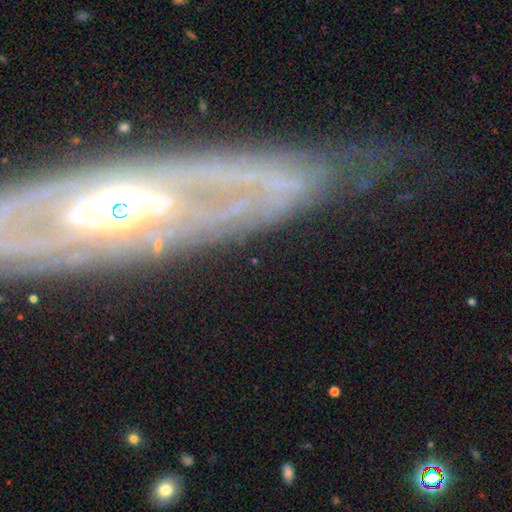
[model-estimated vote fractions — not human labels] smooth_or_featured: featured or disk (p=0.80) [alt: smooth p=0.12]
disk_edge_on: no (p=0.67) [alt: yes p=0.33]
bar: no (p=0.66) [alt: weak p=0.21]
has_spiral_arms: yes (p=0.64) [alt: no p=0.36]
bulge_size: moderate (p=0.51) [alt: small p=0.25]
merging: none (p=0.71) [alt: minor disturbance p=0.17]